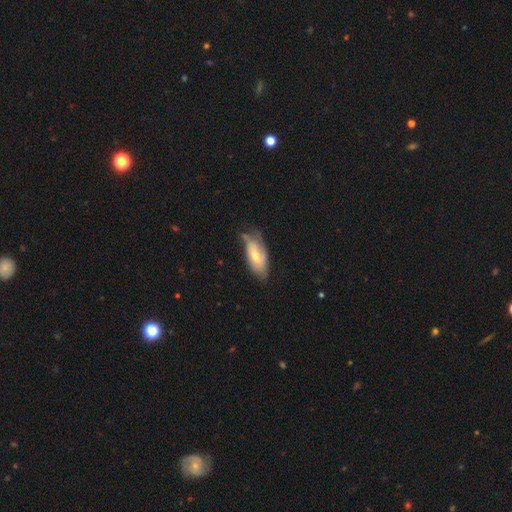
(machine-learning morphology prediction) Q: Smooth or featured?
A: smooth (52%); runner-up: featured or disk (42%)
Q: How rounded?
A: in between (84%); runner-up: cigar-shaped (13%)
Q: Merging?
A: none (49%); runner-up: minor disturbance (37%)